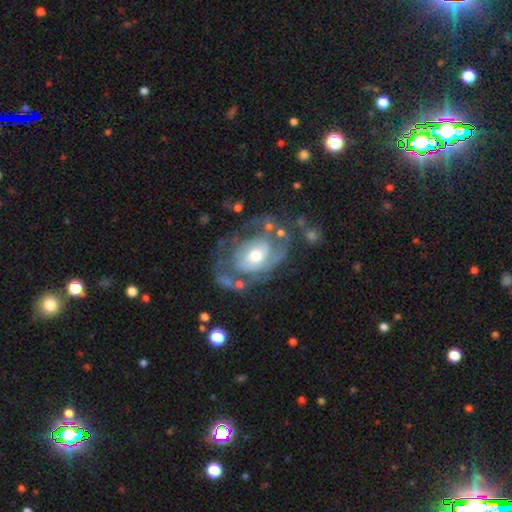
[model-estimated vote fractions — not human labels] featured or disk 75%, smooth 19%, star or artifact 6%. Down the decision tree: edge-on disk — no (96%); bar — no (70%); spiral arms — yes (74%); spiral arm count — can't tell (39%); spiral winding — tight (49%); bulge size — moderate (66%); merging — none (46%).